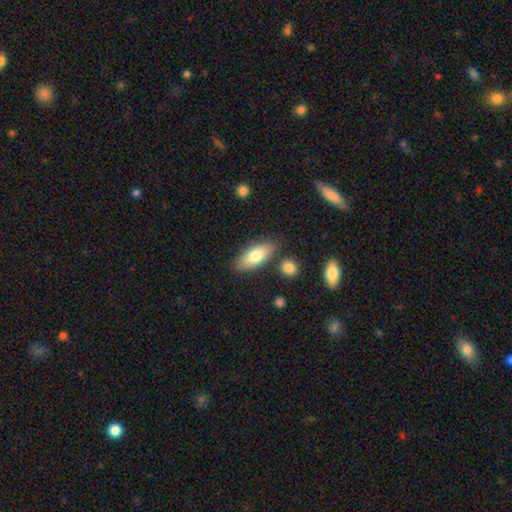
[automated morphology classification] Overall: smooth (75%). How rounded: in between (79%). Merging: none (80%).